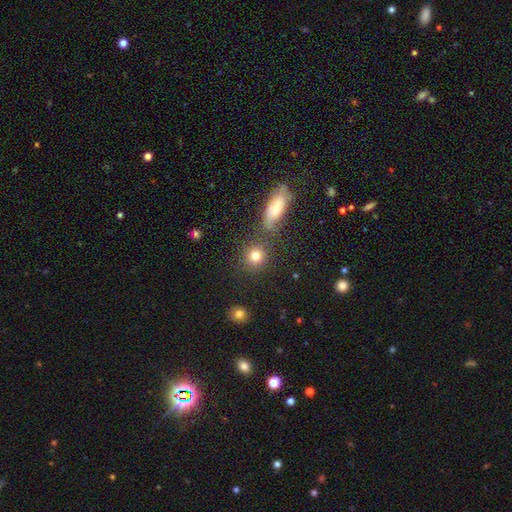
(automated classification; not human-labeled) Overall: smooth (79%). How rounded: round (85%). Merging: none (78%).